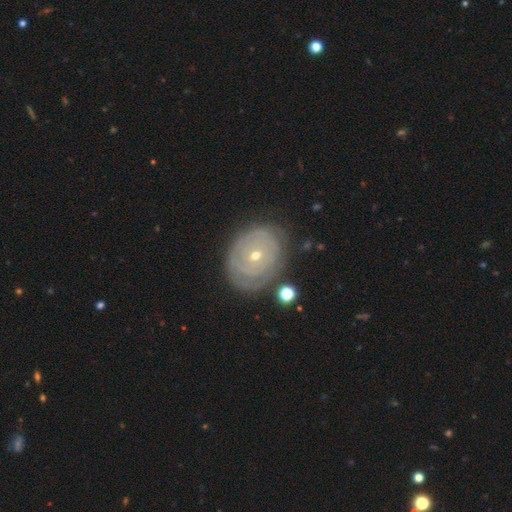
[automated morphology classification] Smooth or featured: featured or disk — 73% (smooth — 20%)
Edge-on disk: no — 96% (yes — 4%)
Bar: no — 84% (weak — 13%)
Spiral arms: yes — 69% (no — 31%)
Bulge size: small — 64% (moderate — 33%)
Merging: none — 74% (minor disturbance — 17%)